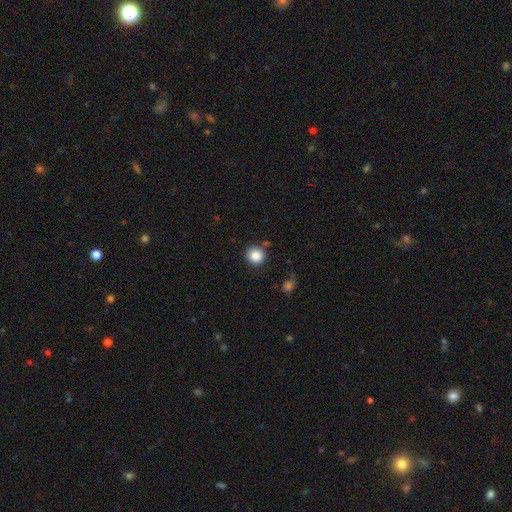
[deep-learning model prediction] The model was most divided on "merging": none: 83%, minor disturbance: 10%, merger: 4%, major disturbance: 3%. More confident: how rounded — round (92%); smooth or featured — smooth (86%).